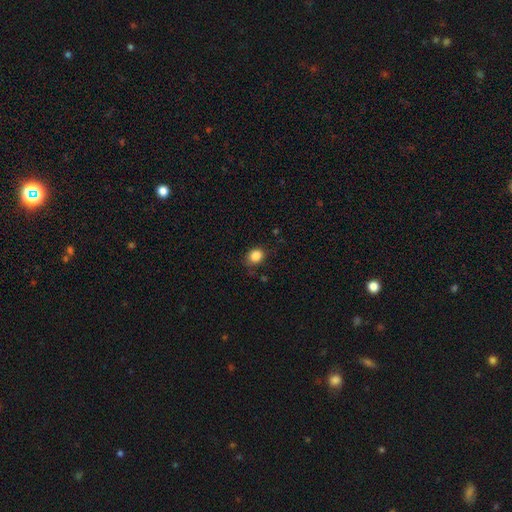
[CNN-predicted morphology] Smooth or featured: smooth — 86% (star or artifact — 10%)
How rounded: round — 61% (in between — 38%)
Merging: none — 79% (minor disturbance — 15%)